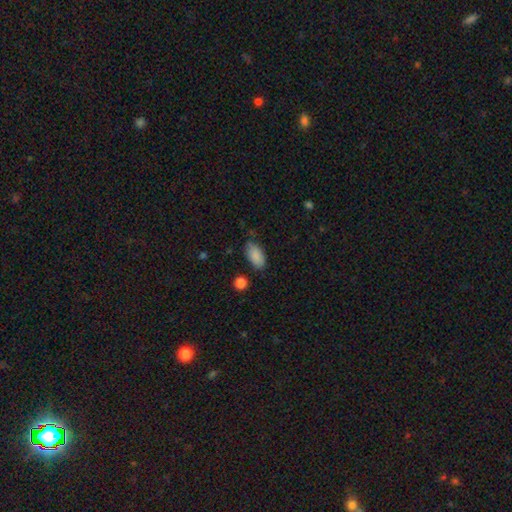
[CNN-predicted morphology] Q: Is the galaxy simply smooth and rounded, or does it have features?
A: smooth — 87%.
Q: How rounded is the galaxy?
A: in between — 93%.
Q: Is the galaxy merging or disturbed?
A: none — 71%.